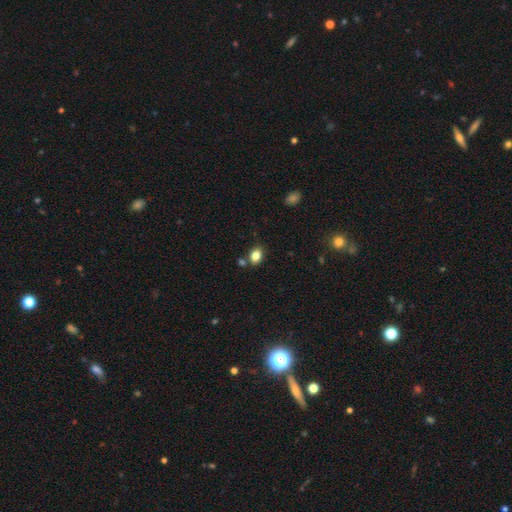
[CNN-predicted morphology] smooth 83%, star or artifact 10%, featured or disk 7%. Down the decision tree: how rounded — in between (70%); merging — none (76%).